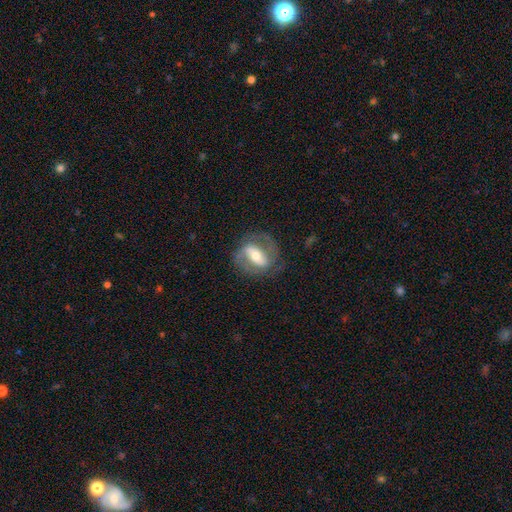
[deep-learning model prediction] Overall: featured or disk (75%). Edge-on disk: no (94%). Bar: strong (54%; weak 29%). Spiral arms: yes (83%). Spiral arm count: 2 (84%). Spiral winding: medium (48%; tight 30%). Bulge size: moderate (57%; small 30%). Merging: none (72%).